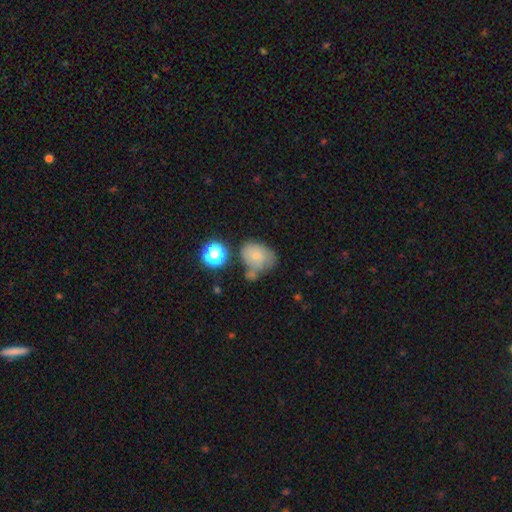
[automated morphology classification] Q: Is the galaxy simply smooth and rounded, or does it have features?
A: smooth — 71%.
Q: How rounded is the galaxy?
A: in between — 56%.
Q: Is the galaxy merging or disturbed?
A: none — 39%.